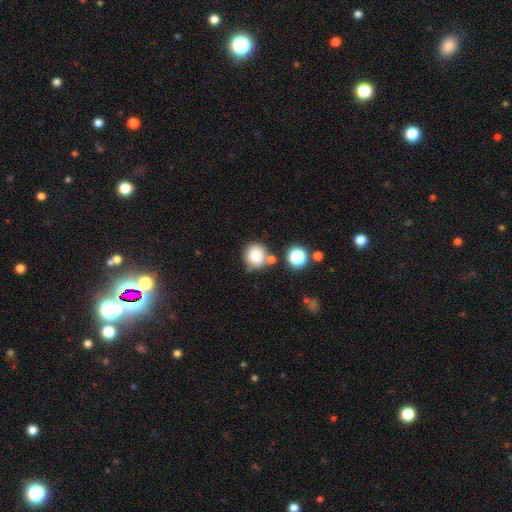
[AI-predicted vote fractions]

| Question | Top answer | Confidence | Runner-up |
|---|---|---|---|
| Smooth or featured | smooth | 81% | star or artifact (11%) |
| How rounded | round | 85% | in between (14%) |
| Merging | none | 66% | merger (17%) |